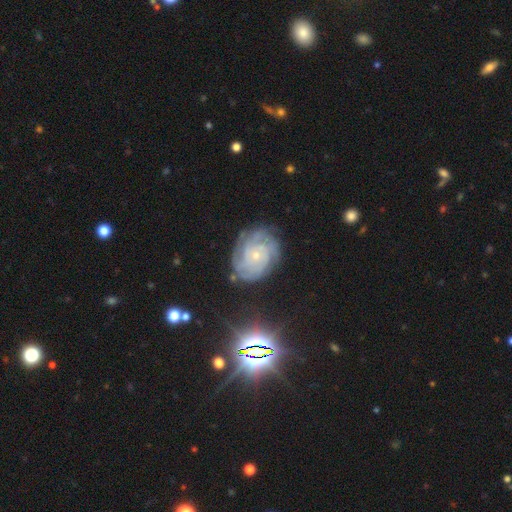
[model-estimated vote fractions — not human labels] smooth_or_featured: featured or disk (p=0.83) [alt: star or artifact p=0.09]
disk_edge_on: no (p=0.97) [alt: yes p=0.03]
bar: no (p=0.79) [alt: weak p=0.17]
has_spiral_arms: yes (p=0.96) [alt: no p=0.04]
spiral_winding: tight (p=0.75) [alt: medium p=0.21]
spiral_arm_count: can't tell (p=0.28) [alt: 4 p=0.25]
bulge_size: small (p=0.80) [alt: moderate p=0.16]
merging: none (p=0.76) [alt: minor disturbance p=0.17]